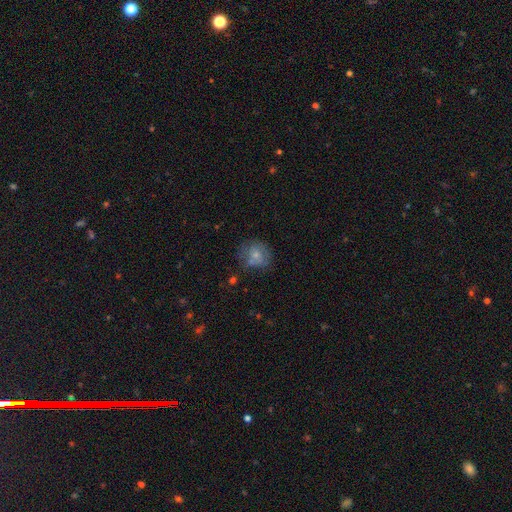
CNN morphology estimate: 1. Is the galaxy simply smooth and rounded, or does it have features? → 60% smooth, 31% featured or disk, 9% star or artifact.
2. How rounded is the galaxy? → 72% round, 27% in between, 1% cigar-shaped.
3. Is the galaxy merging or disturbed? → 50% none, 24% minor disturbance, 14% merger, 12% major disturbance.